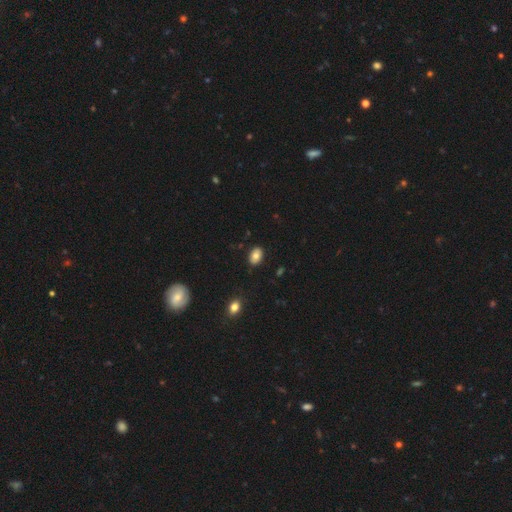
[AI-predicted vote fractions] This is clearly a smooth galaxy (80%). How rounded: clearly in between (83%). Merging: clearly none (87%).